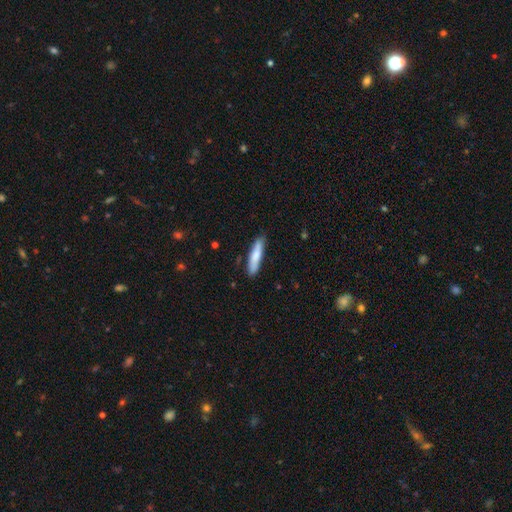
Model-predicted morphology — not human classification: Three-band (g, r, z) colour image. It shows a smooth galaxy with no disk features (75%) that is cigar-shaped (81%). Merging: none (81%).